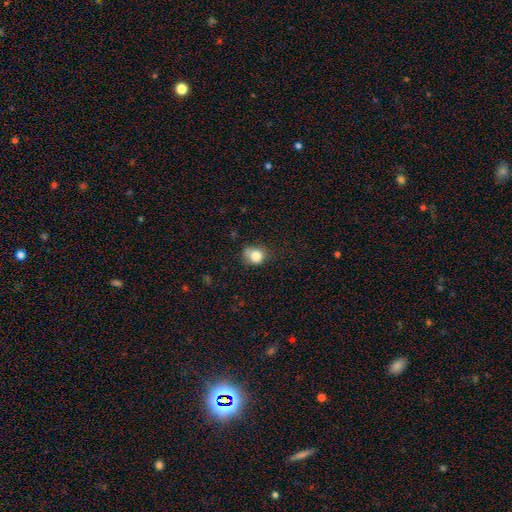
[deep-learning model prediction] This is clearly a smooth galaxy (82%). How rounded: likely round (64%). Merging: possibly none (56%).